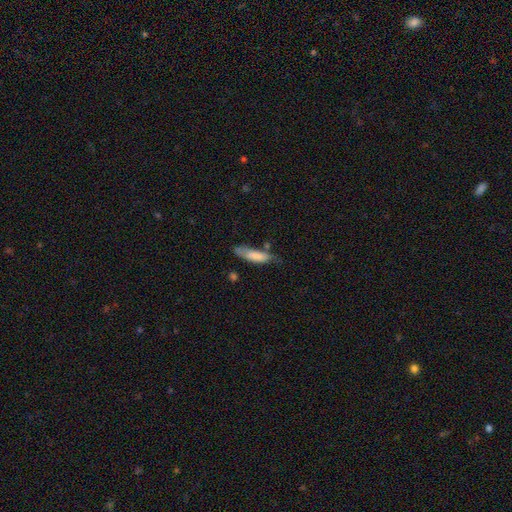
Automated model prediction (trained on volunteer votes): A smooth galaxy with no disk features (79%) that is cigar-shaped (57%). Merging: none (48%).